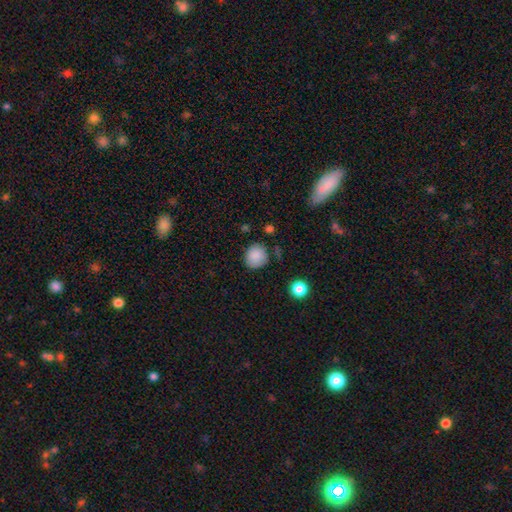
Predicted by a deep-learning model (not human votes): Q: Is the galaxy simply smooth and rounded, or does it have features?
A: smooth — 87%.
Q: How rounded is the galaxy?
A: round — 83%.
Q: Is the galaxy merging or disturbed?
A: none — 79%.